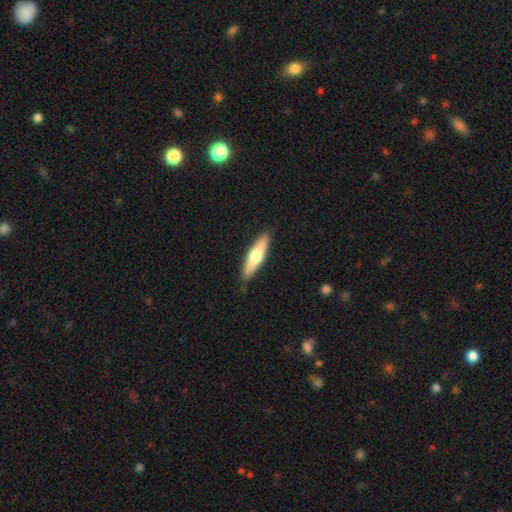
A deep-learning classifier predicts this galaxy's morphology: type=smooth (59%); roundness=cigar-shaped (75%); merging=none (88%).